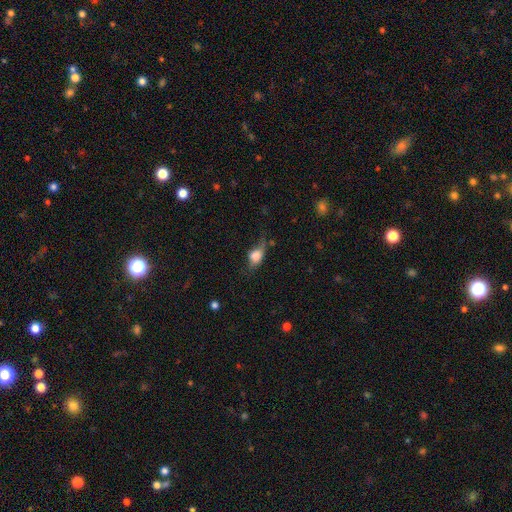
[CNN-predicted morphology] Smooth or featured?
  - smooth: 68% *
  - featured or disk: 22%
  - star or artifact: 10%
How rounded?
  - in between: 68% *
  - round: 26%
  - cigar-shaped: 6%
Merging?
  - none: 38% *
  - minor disturbance: 34%
  - major disturbance: 24%
  - merger: 3%